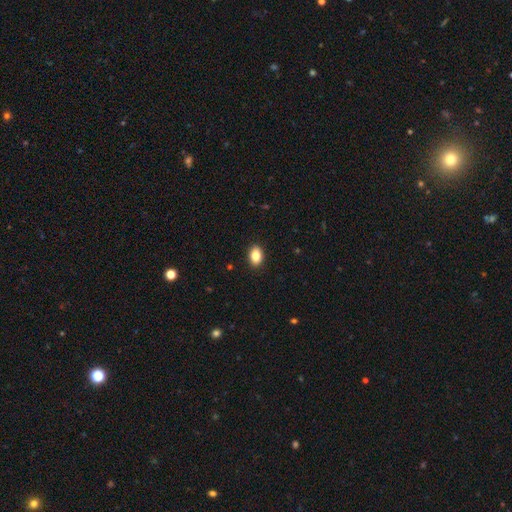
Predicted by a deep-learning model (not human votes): Smooth or featured: smooth — 85% (star or artifact — 8%)
How rounded: in between — 80% (round — 18%)
Merging: none — 90% (minor disturbance — 7%)